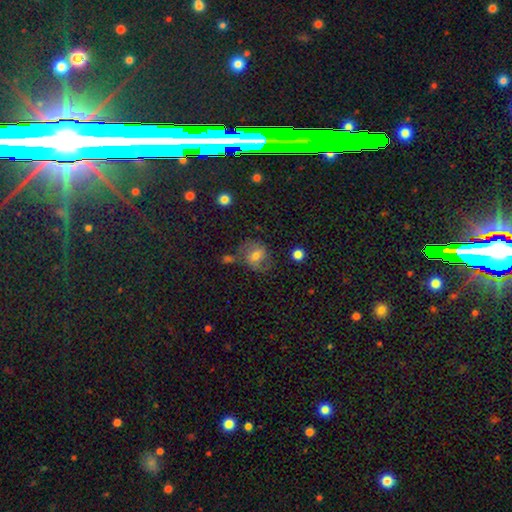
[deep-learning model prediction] A smooth galaxy with no disk features (54%) that is round (64%).

Vote fractions:
- Smooth or featured? smooth: 54% / featured or disk: 34% / star or artifact: 12%
- How rounded? round: 64% / in between: 35% / cigar-shaped: 1%
- Merging? none: 53% / minor disturbance: 22% / major disturbance: 15% / merger: 10%